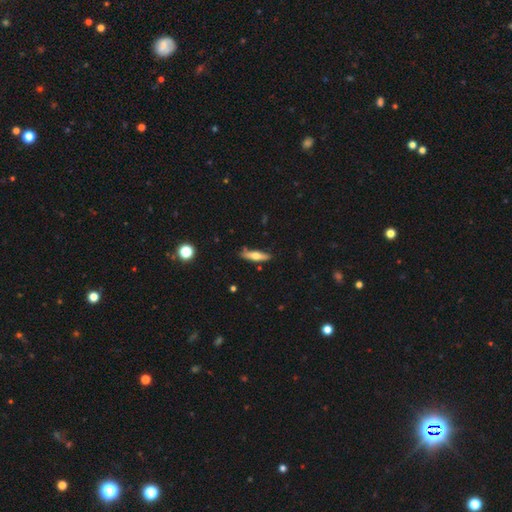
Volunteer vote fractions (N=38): Smooth or featured: smooth — 53% (featured or disk — 47%)
How rounded: in between — 50% (cigar-shaped — 45%)
Merging: none — 84% (minor disturbance — 13%)